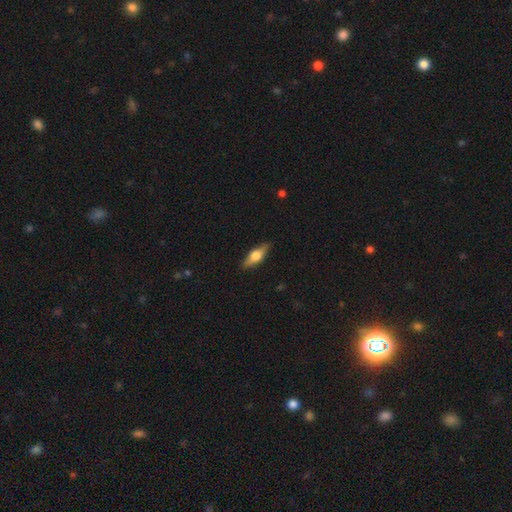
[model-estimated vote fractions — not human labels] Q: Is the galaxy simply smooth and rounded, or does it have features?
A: smooth — 49%.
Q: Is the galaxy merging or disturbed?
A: none — 87%.